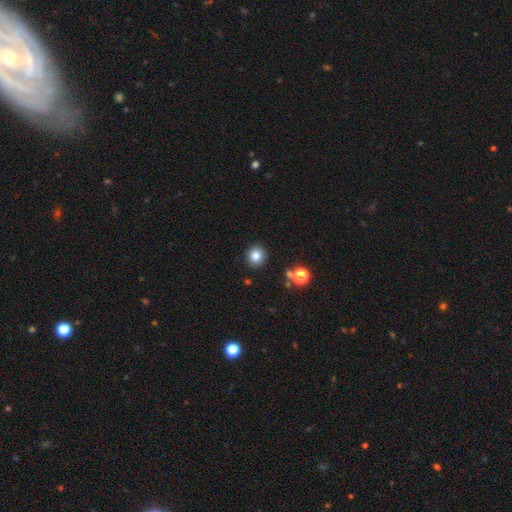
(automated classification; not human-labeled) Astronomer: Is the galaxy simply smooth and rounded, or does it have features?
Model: smooth — 83%.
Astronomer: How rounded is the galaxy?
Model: round — 88%.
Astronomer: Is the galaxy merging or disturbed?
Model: none — 88%.